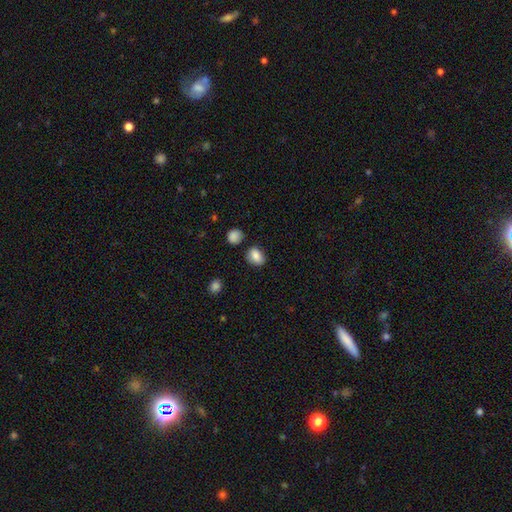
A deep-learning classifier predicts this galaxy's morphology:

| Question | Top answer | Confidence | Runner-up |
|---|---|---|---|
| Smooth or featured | smooth | 84% | star or artifact (9%) |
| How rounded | in between | 69% | round (29%) |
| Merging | none | 77% | minor disturbance (16%) |